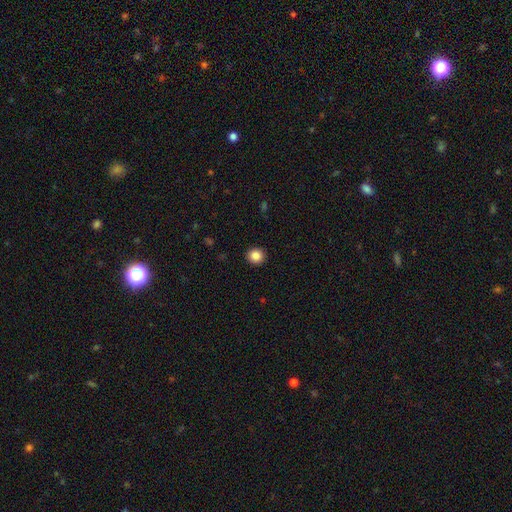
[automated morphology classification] This appears to be a smooth galaxy with no disk features (86%) that is round (90%). Merging: none (93%).